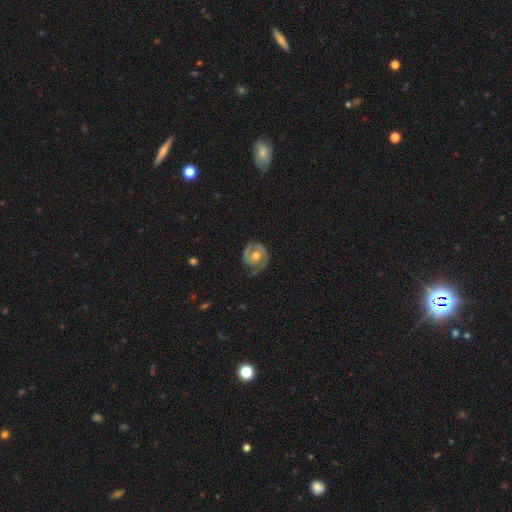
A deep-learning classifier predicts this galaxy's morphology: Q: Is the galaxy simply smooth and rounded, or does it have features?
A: featured or disk — 79%.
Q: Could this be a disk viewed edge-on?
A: no — 98%.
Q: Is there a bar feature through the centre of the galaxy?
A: no — 59%.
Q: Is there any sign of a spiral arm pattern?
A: yes — 90%.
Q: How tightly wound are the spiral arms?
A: tight — 53%.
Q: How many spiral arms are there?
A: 2 — 64%.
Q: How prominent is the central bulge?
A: moderate — 74%.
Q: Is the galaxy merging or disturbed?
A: none — 66%.